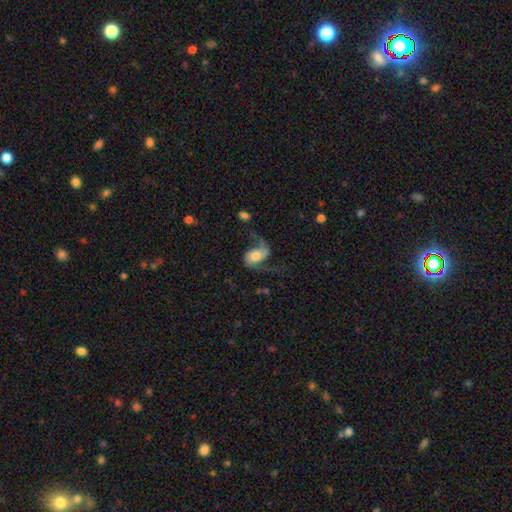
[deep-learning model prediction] Smooth or featured: featured or disk — 72% (smooth — 21%)
Edge-on disk: no — 97% (yes — 3%)
Bar: no — 52% (weak — 34%)
Spiral arms: yes — 92% (no — 8%)
Spiral winding: loose — 75% (medium — 21%)
Spiral arm count: 2 — 89% (1 — 6%)
Bulge size: large — 35% (tied with moderate — 35%)
Merging: none — 51% (major disturbance — 26%)